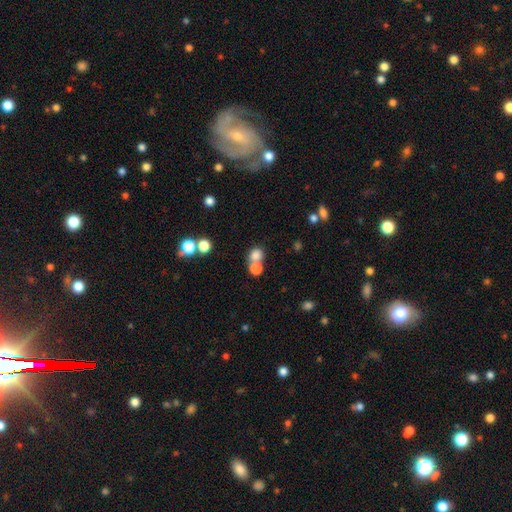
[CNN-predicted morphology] Smooth or featured: smooth — 78% (star or artifact — 13%)
How rounded: round — 76% (in between — 23%)
Merging: none — 46% (merger — 42%)